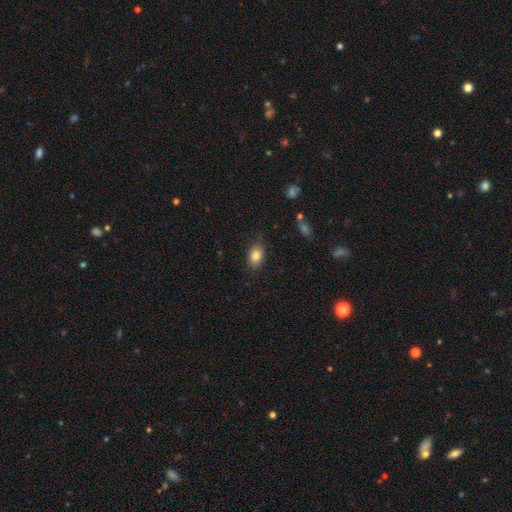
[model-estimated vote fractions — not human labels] The model was most divided on "how rounded": in between: 82%, round: 16%, cigar-shaped: 2%. More confident: smooth or featured — smooth (84%); merging — none (83%).